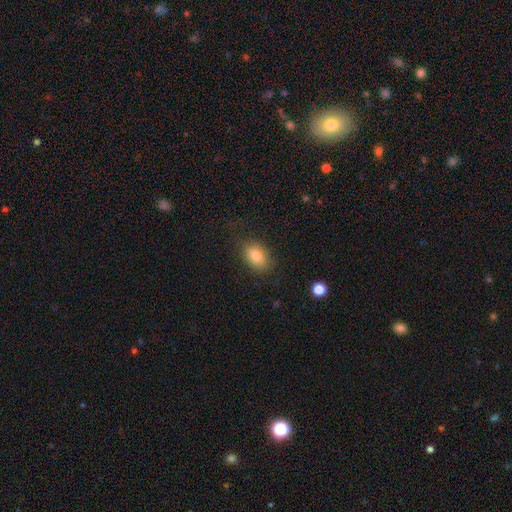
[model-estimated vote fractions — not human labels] smooth 84%, star or artifact 9%, featured or disk 7%. Down the decision tree: how rounded — in between (85%); merging — none (79%).